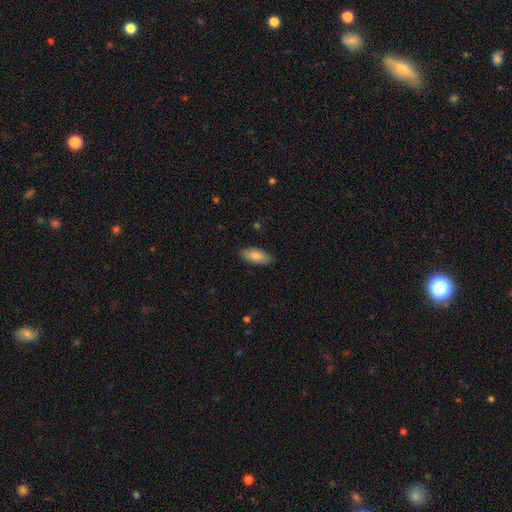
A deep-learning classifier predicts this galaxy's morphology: Overall: smooth (82%). How rounded: in between (85%). Merging: none (86%).